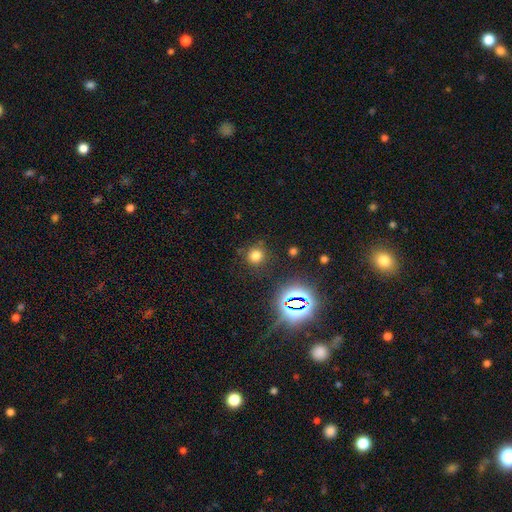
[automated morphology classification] A smooth galaxy with no disk features (71%) that is round (92%).

Vote fractions:
- Smooth or featured? smooth: 71% / star or artifact: 23% / featured or disk: 7%
- How rounded? round: 92% / in between: 7% / cigar-shaped: 1%
- Merging? none: 85% / minor disturbance: 9% / major disturbance: 4% / merger: 3%